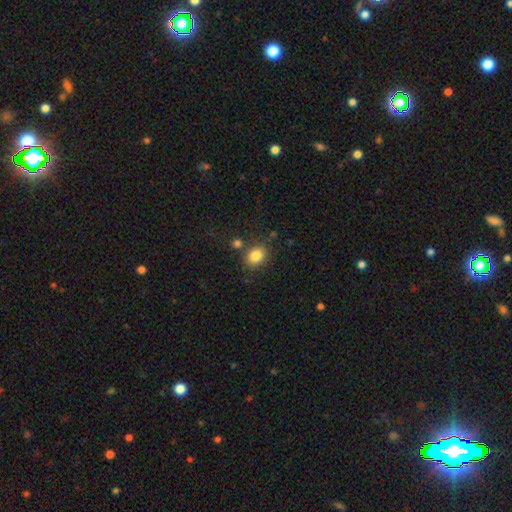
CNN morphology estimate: Smooth or featured?
  - smooth: 84% *
  - star or artifact: 10%
  - featured or disk: 7%
How rounded?
  - in between: 53% *
  - round: 46%
  - cigar-shaped: 1%
Merging?
  - none: 75% *
  - minor disturbance: 12%
  - merger: 9%
  - major disturbance: 4%